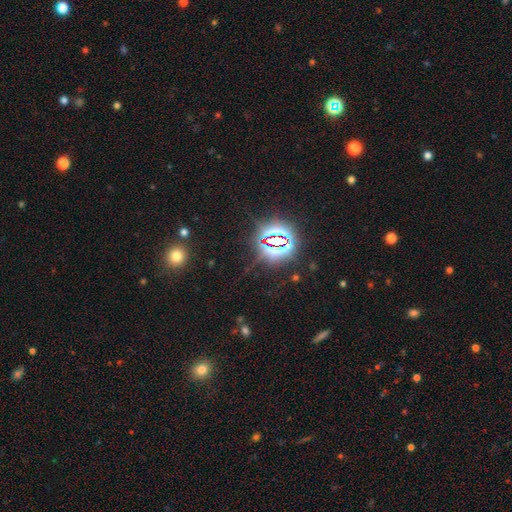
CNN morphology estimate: The model was most divided on "smooth or featured": star or artifact: 77%, smooth: 16%, featured or disk: 7%.